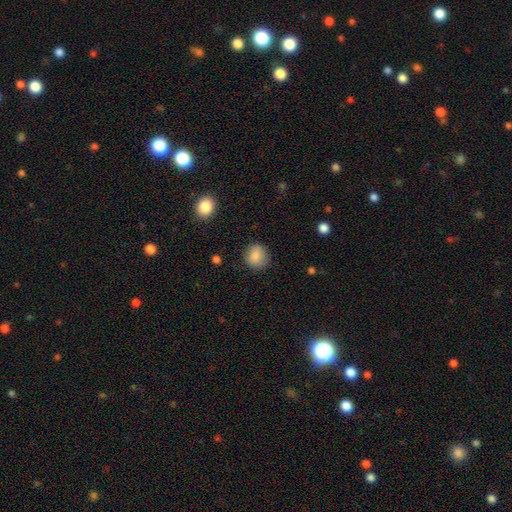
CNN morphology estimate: Smooth or featured? Predicted: smooth (p=0.87). How rounded? Predicted: round (p=0.84). Merging? Predicted: none (p=0.84).